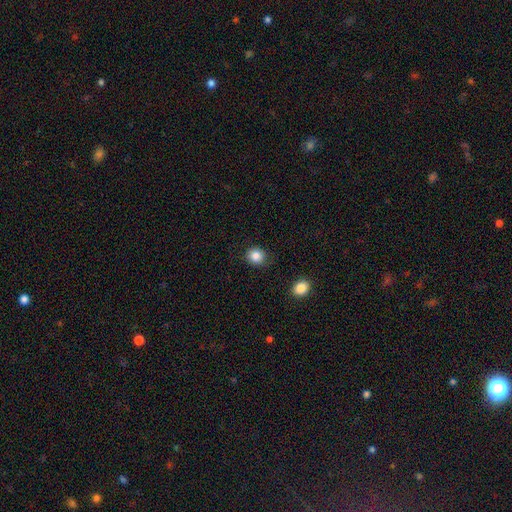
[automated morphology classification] smooth 85%, star or artifact 10%, featured or disk 4%. Down the decision tree: how rounded — round (84%); merging — none (87%).